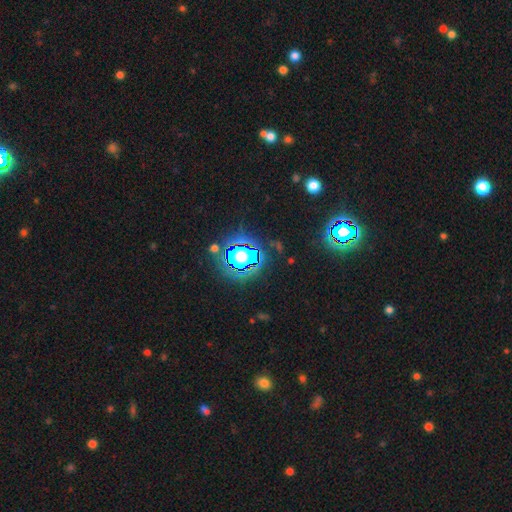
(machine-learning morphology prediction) smooth_or_featured: star or artifact (p=0.82) [alt: smooth p=0.11]